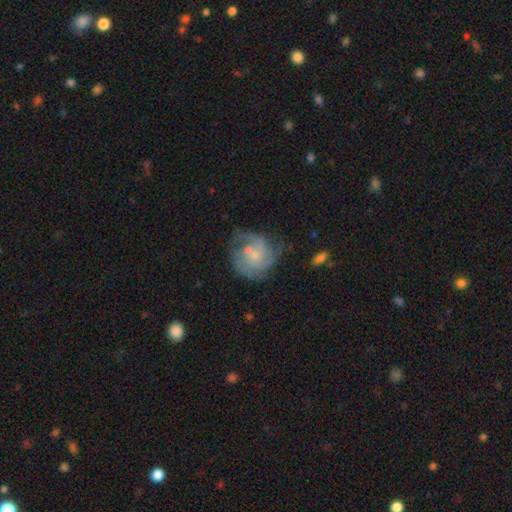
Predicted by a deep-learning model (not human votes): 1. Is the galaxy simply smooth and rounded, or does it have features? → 70% featured or disk, 23% smooth, 7% star or artifact.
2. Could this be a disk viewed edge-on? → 98% no, 2% yes.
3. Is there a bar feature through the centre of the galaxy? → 73% no, 24% weak, 3% strong.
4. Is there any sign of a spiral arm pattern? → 84% yes, 16% no.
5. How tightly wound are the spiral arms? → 47% tight, 38% medium, 16% loose.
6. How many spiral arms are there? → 36% can't tell, 23% 3, 22% 2, 7% 4, 7% 1, 5% more than 4.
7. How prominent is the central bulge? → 67% small, 20% moderate, 11% none, 2% large, 1% dominant.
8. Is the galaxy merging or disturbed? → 47% none, 22% minor disturbance, 17% major disturbance, 14% merger.